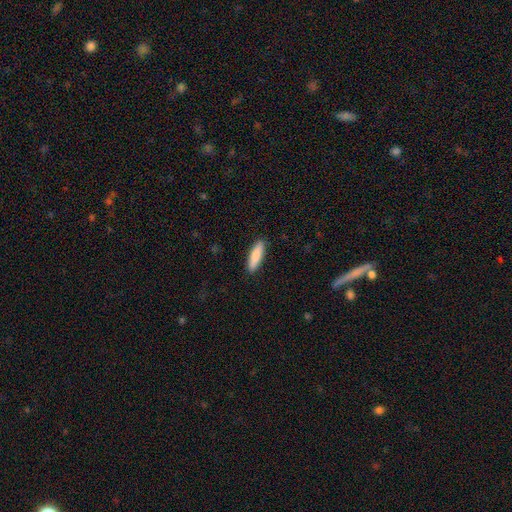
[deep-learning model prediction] Overall: smooth (84%). How rounded: cigar-shaped (65%; in between 33%). Merging: none (90%).